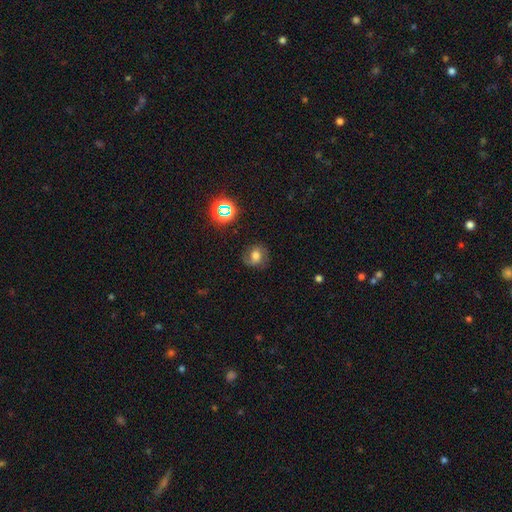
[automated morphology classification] This is marginally a featured or disk galaxy (44%). Merging: likely none (72%).